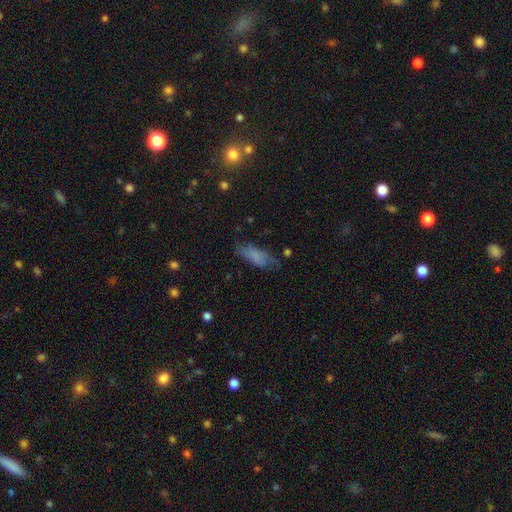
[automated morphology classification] Smooth or featured?
  - smooth: 69% *
  - featured or disk: 21%
  - star or artifact: 11%
How rounded?
  - in between: 73% *
  - cigar-shaped: 24%
  - round: 3%
Merging?
  - none: 53% *
  - minor disturbance: 29%
  - major disturbance: 15%
  - merger: 3%